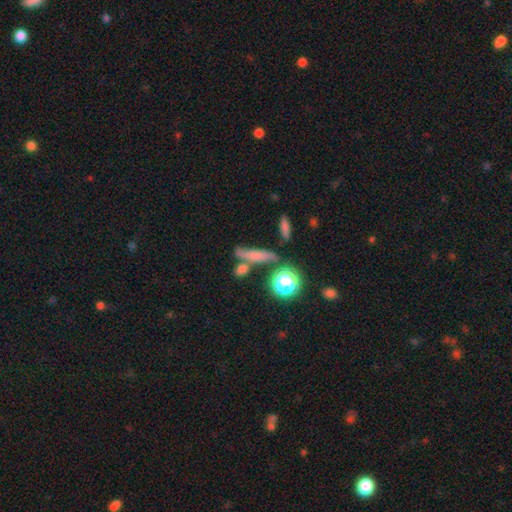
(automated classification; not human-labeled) Smooth or featured? smooth (61%)
How rounded? cigar-shaped (67%)
Merging? none (60%)